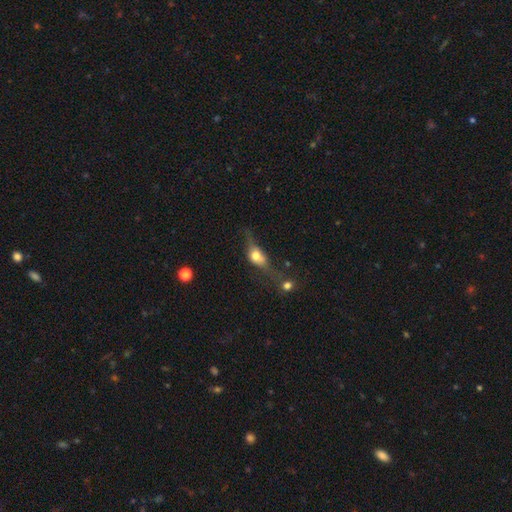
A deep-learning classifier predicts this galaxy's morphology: Q: Smooth or featured?
A: smooth (52%); runner-up: featured or disk (37%)
Q: How rounded?
A: in between (60%); runner-up: round (25%)
Q: Merging?
A: none (32%); runner-up: major disturbance (27%)